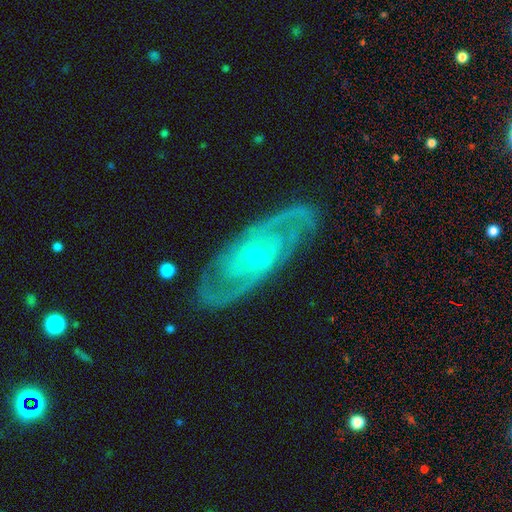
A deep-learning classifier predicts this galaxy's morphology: Smooth or featured? featured or disk (87%)
Edge-on disk? no (90%)
Bar? no (67%)
Spiral arms? yes (92%)
Spiral winding? tight (56%)
Spiral arm count? 2 (66%)
Bulge size? small (52%)
Merging? none (81%)